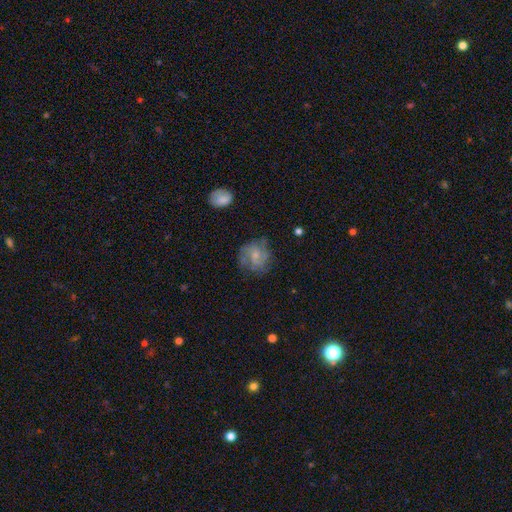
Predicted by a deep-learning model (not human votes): This is possibly a featured or disk galaxy (54%). It is clearly not viewed edge-on (98%). Bar: likely no (66%). Spiral arm pattern: likely yes (76%). Central bulge: possibly small (54%). Merging: likely none (64%).